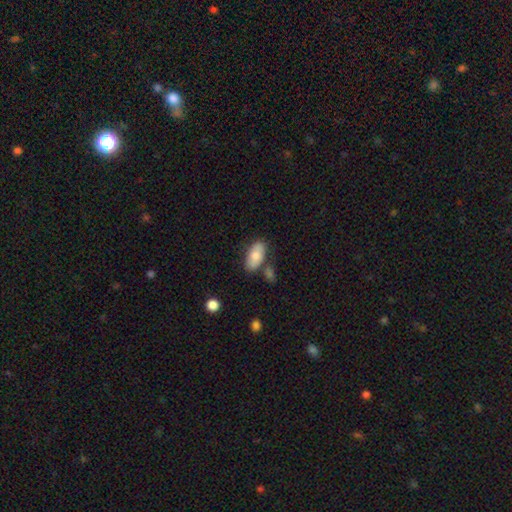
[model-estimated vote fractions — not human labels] Overall: smooth (76%). How rounded: in between (92%). Merging: none (72%).